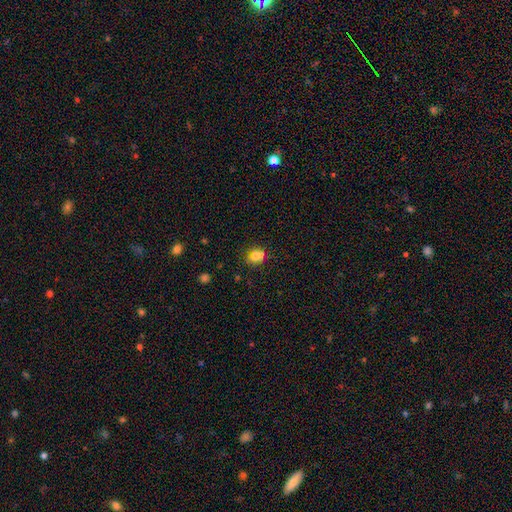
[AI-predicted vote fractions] This is likely a smooth galaxy (72%). How rounded: likely round (68%). Merging: possibly none (50%).